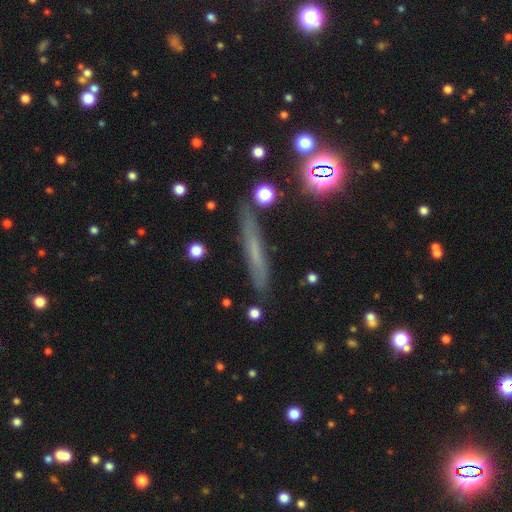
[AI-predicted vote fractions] Overall: smooth (48%; featured or disk 36%). Merging: none (82%).